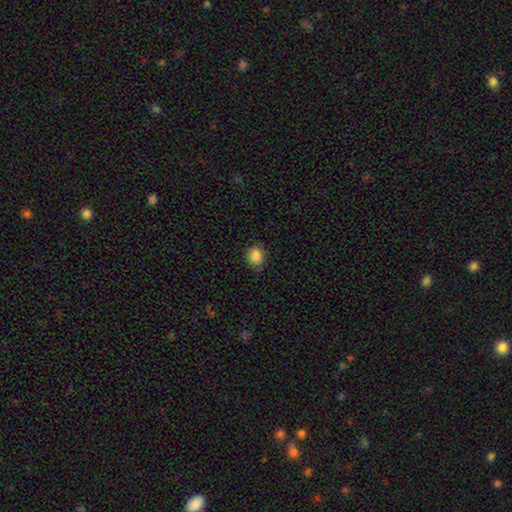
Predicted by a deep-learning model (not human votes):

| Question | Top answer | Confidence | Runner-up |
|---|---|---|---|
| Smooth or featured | smooth | 85% | star or artifact (10%) |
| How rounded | round | 63% | in between (36%) |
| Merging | none | 77% | minor disturbance (18%) |